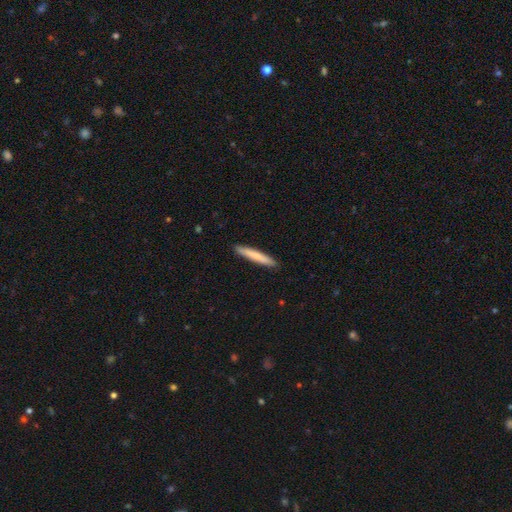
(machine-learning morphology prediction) Smooth or featured? smooth (77%)
How rounded? cigar-shaped (96%)
Merging? none (92%)